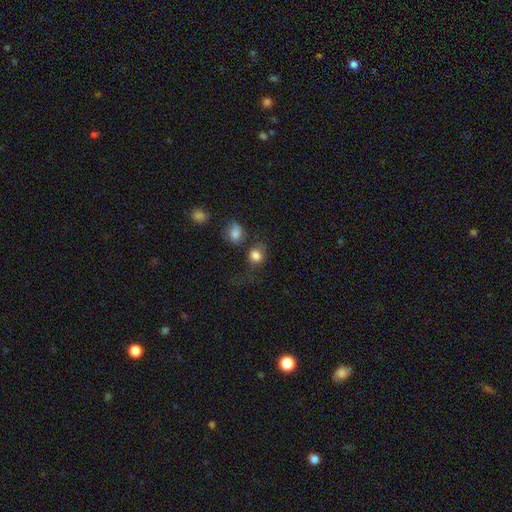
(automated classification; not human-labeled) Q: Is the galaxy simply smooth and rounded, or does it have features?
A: smooth — 80%.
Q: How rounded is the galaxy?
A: round — 62%.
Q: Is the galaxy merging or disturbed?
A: none — 45%.